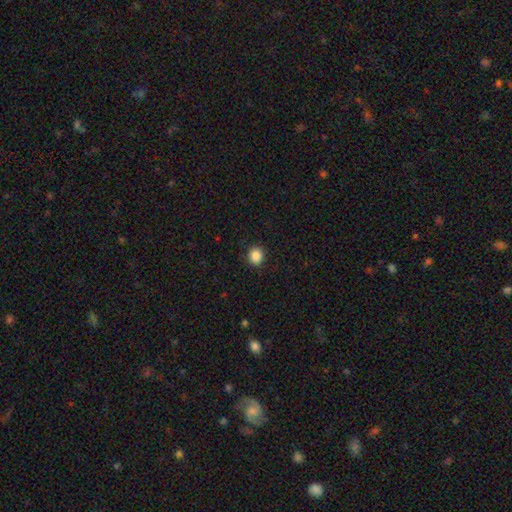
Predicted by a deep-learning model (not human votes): This is clearly a smooth galaxy (87%). How rounded: clearly round (84%). Merging: clearly none (90%).